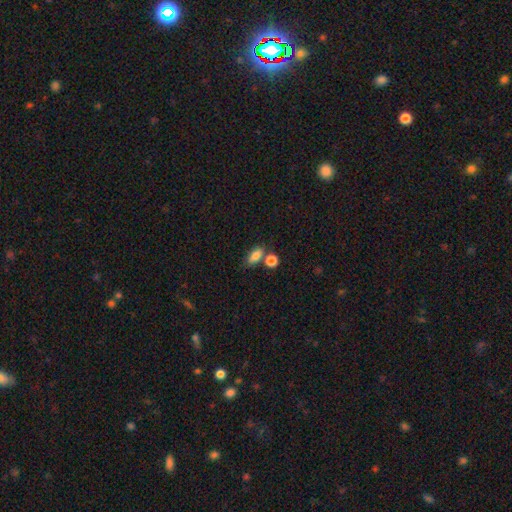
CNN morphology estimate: The model was most divided on "merging": none: 59%, merger: 22%, minor disturbance: 14%, major disturbance: 5%. More confident: smooth or featured — smooth (82%); how rounded — in between (78%).